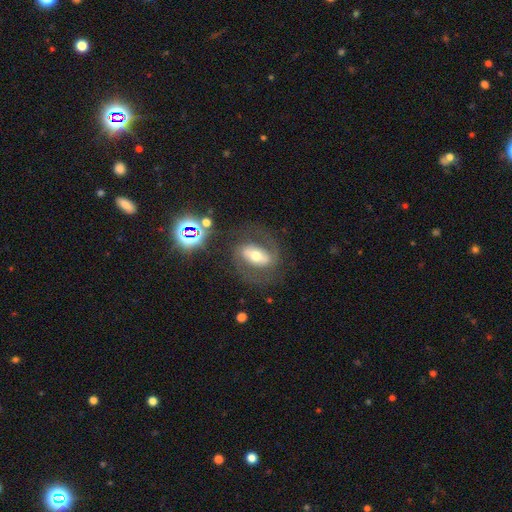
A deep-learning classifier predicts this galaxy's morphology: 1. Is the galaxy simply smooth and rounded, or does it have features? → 66% featured or disk, 24% smooth, 11% star or artifact.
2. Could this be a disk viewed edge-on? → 92% no, 8% yes.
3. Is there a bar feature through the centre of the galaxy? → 52% strong, 25% weak, 23% no.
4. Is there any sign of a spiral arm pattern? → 69% yes, 31% no.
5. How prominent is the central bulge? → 63% moderate, 22% small, 12% large, 2% dominant, 1% none.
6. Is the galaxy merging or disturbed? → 69% none, 14% minor disturbance, 14% major disturbance, 3% merger.